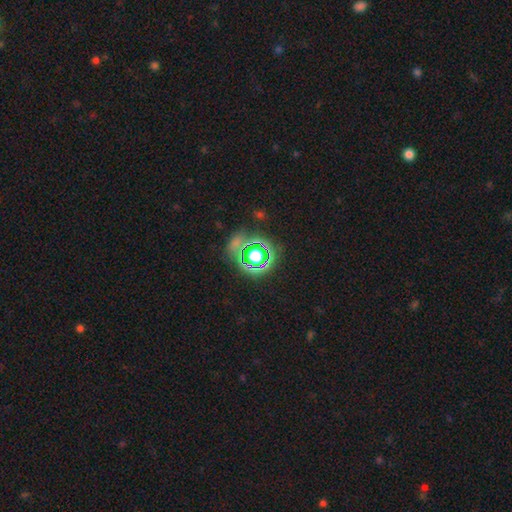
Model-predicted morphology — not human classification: This appears to be a star or artifact, not a galaxy (79%).